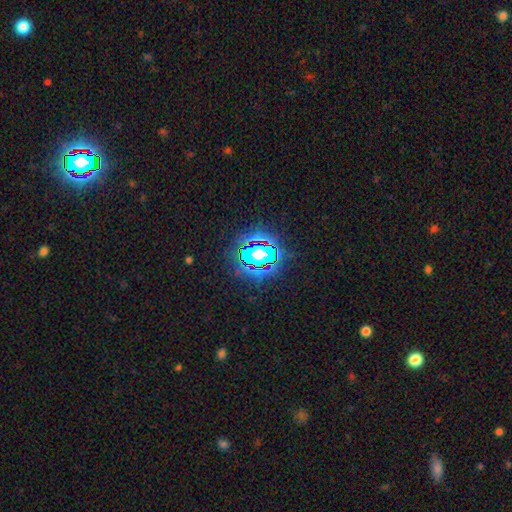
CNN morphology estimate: Smooth or featured? star or artifact (81%)